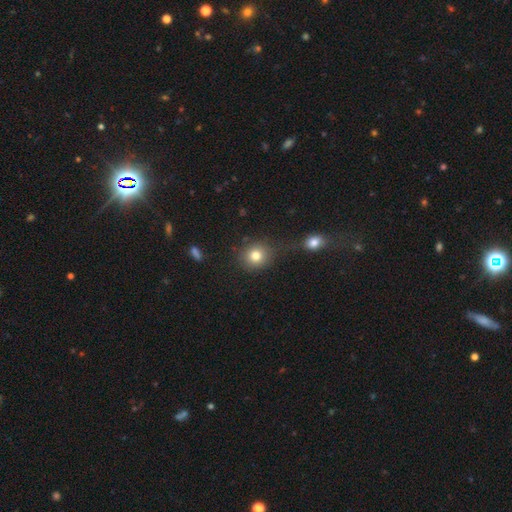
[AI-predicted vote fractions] A smooth galaxy with no disk features (80%) that is round (83%). Merging: none (75%).